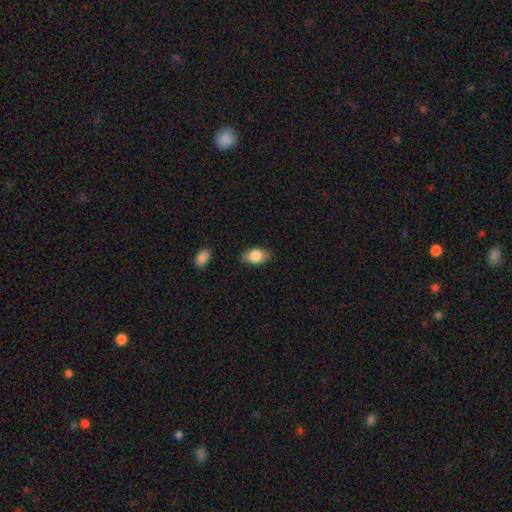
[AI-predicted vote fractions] A smooth galaxy with no disk features (83%) that is in between round and cigar-shaped (87%). Merging: none (83%).